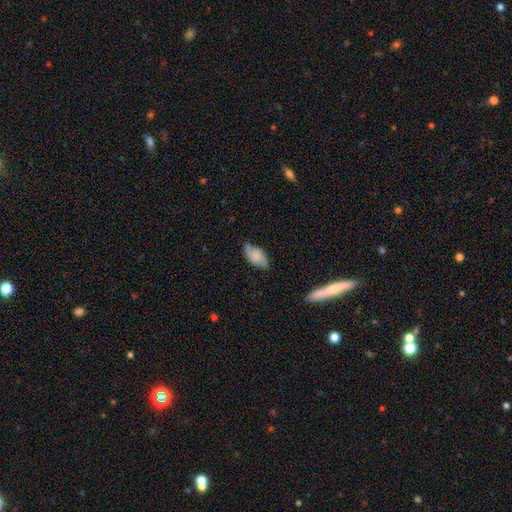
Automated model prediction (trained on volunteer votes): The model was most divided on "smooth or featured": smooth: 56%, featured or disk: 36%, star or artifact: 8%. More confident: how rounded — in between (93%); merging — none (63%).